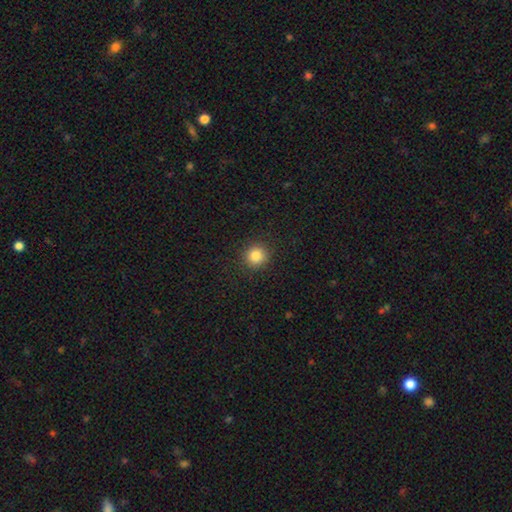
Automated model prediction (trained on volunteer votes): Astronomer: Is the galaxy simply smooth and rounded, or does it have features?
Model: smooth — 84%.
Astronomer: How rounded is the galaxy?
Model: round — 92%.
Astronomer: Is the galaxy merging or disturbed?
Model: none — 91%.